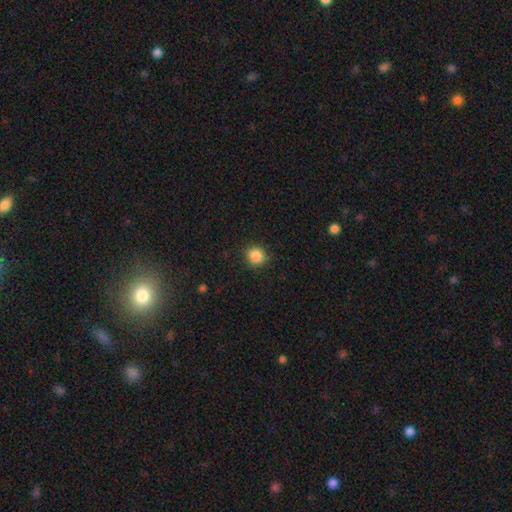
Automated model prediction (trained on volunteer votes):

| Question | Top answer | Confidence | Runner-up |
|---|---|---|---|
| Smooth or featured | smooth | 86% | star or artifact (10%) |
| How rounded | round | 87% | in between (12%) |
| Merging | none | 88% | minor disturbance (9%) |